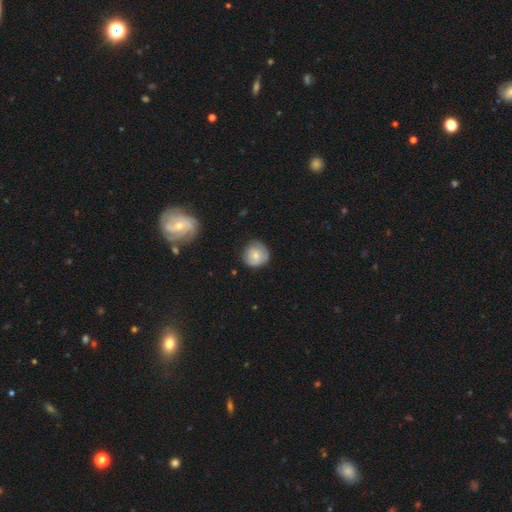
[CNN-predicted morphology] A smooth galaxy with no disk features (70%) that is round (90%). Merging: none (70%).